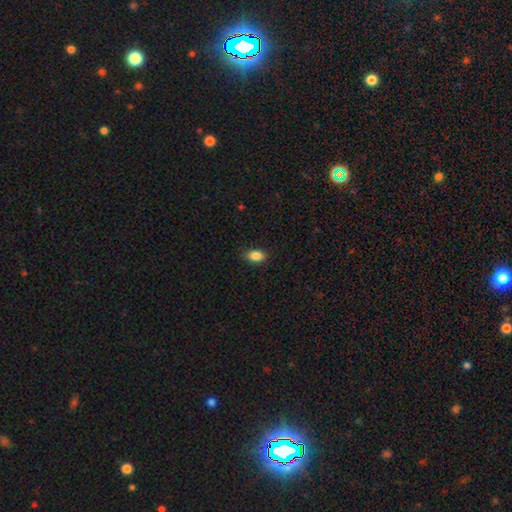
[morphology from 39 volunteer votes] Q: Smooth or featured?
A: smooth (79%); runner-up: featured or disk (10%)
Q: How rounded?
A: in between (61%); runner-up: round (32%)
Q: Merging?
A: none (77%); runner-up: minor disturbance (17%)